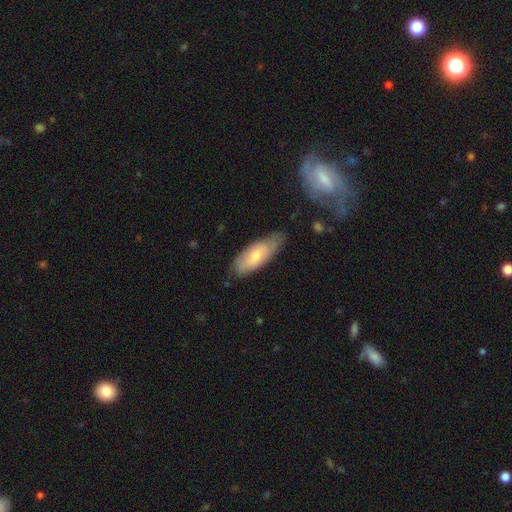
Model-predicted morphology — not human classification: The model was most divided on "smooth or featured": smooth: 59%, featured or disk: 34%, star or artifact: 6%. More confident: how rounded — in between (72%); merging — none (66%).